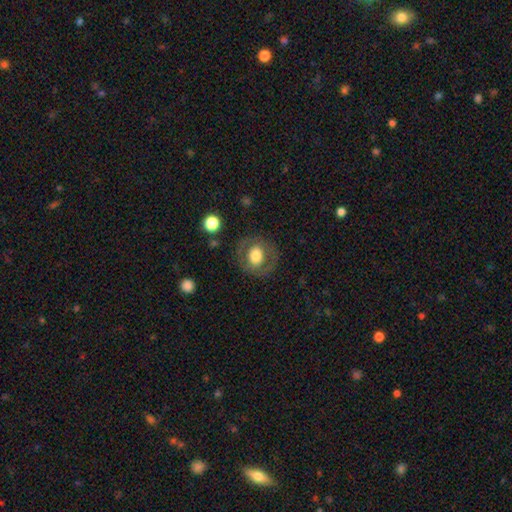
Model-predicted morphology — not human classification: Smooth or featured: smooth — 61% (featured or disk — 31%)
How rounded: round — 76% (in between — 23%)
Merging: none — 79% (minor disturbance — 12%)